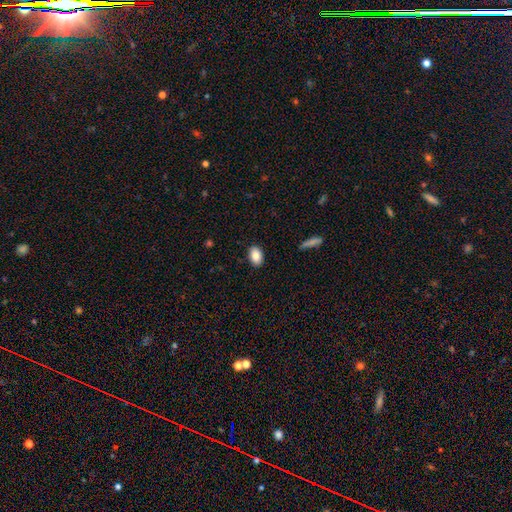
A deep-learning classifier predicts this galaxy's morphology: This appears to be a smooth galaxy with no disk features (86%) that is in between round and cigar-shaped (89%). Merging: none (89%).